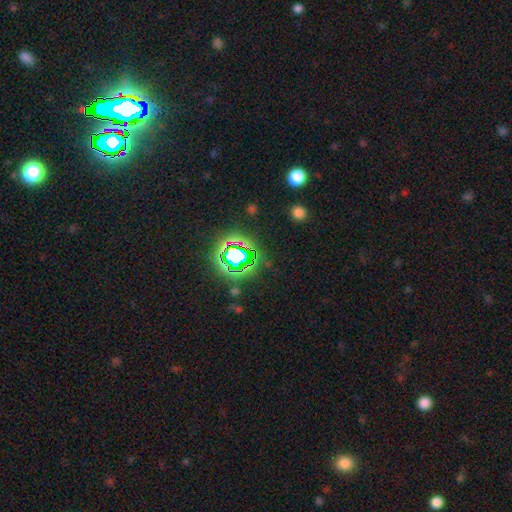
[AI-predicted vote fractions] star or artifact 75%, smooth 16%, featured or disk 9%.